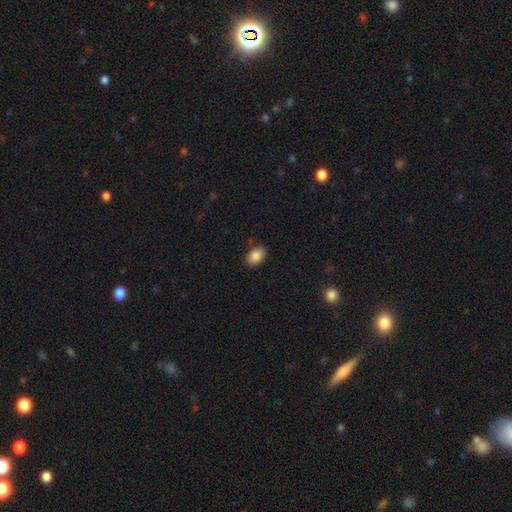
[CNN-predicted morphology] Smooth or featured?
  - smooth: 88% *
  - star or artifact: 8%
  - featured or disk: 5%
How rounded?
  - in between: 84% *
  - round: 15%
  - cigar-shaped: 1%
Merging?
  - none: 84% *
  - minor disturbance: 11%
  - major disturbance: 3%
  - merger: 2%